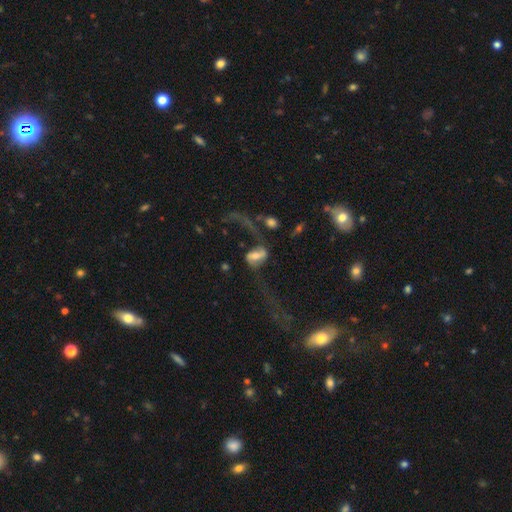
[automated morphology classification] Q: Smooth or featured?
A: featured or disk (72%); runner-up: smooth (20%)
Q: Edge-on disk?
A: no (93%); runner-up: yes (7%)
Q: Bar?
A: strong (40%); tied with: weak (40%)
Q: Spiral arms?
A: yes (83%); runner-up: no (17%)
Q: Spiral winding?
A: loose (87%); runner-up: medium (10%)
Q: Spiral arm count?
A: 2 (87%); runner-up: 1 (7%)
Q: Bulge size?
A: moderate (44%); runner-up: small (32%)
Q: Merging?
A: major disturbance (39%); runner-up: none (36%)